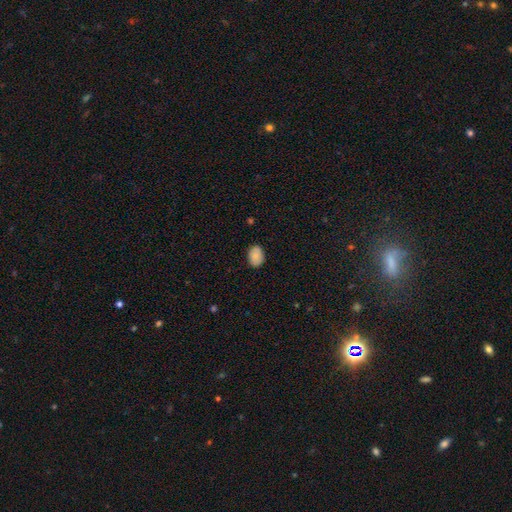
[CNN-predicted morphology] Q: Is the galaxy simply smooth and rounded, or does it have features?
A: smooth — 88%.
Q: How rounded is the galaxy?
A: in between — 80%.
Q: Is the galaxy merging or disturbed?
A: none — 85%.